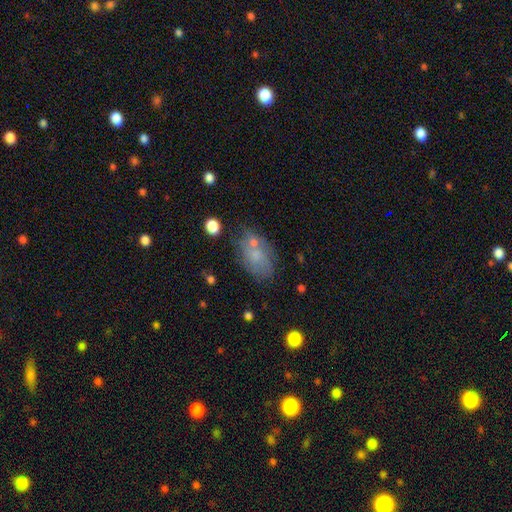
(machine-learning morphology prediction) Q: Smooth or featured?
A: smooth (65%); runner-up: featured or disk (23%)
Q: How rounded?
A: in between (87%); runner-up: round (10%)
Q: Merging?
A: none (56%); runner-up: minor disturbance (21%)